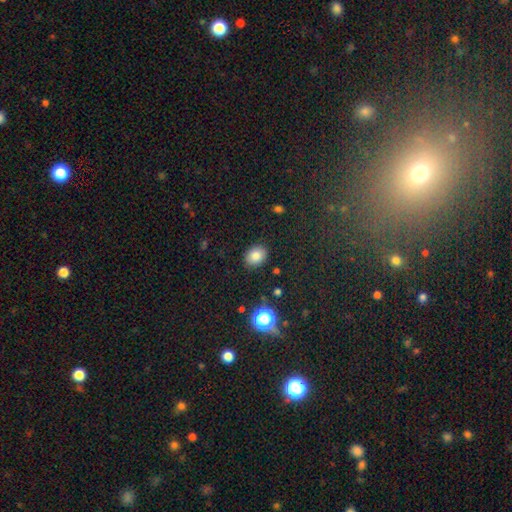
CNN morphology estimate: A smooth galaxy with no disk features (83%) that is in between round and cigar-shaped (60%).

Vote fractions:
- Smooth or featured? smooth: 83% / star or artifact: 11% / featured or disk: 7%
- How rounded? in between: 60% / round: 39% / cigar-shaped: 1%
- Merging? none: 87% / minor disturbance: 9% / major disturbance: 3% / merger: 1%